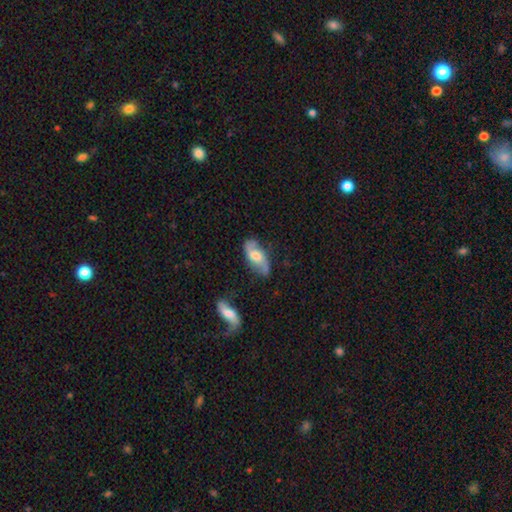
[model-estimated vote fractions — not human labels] Smooth or featured?
  - featured or disk: 67% *
  - smooth: 27%
  - star or artifact: 6%
Edge-on disk?
  - no: 91% *
  - yes: 9%
Bar?
  - no: 52% *
  - weak: 39%
  - strong: 9%
Spiral arms?
  - yes: 89% *
  - no: 11%
Spiral winding?
  - loose: 48% *
  - medium: 38%
  - tight: 13%
Spiral arm count?
  - 2: 88% *
  - can't tell: 7%
  - 1: 3%
  - 3: 1%
  - 4: 1%
  - more than 4: 1%
Bulge size?
  - moderate: 63% *
  - small: 18%
  - large: 15%
  - none: 3%
  - dominant: 1%
Merging?
  - none: 71% *
  - minor disturbance: 19%
  - major disturbance: 6%
  - merger: 4%